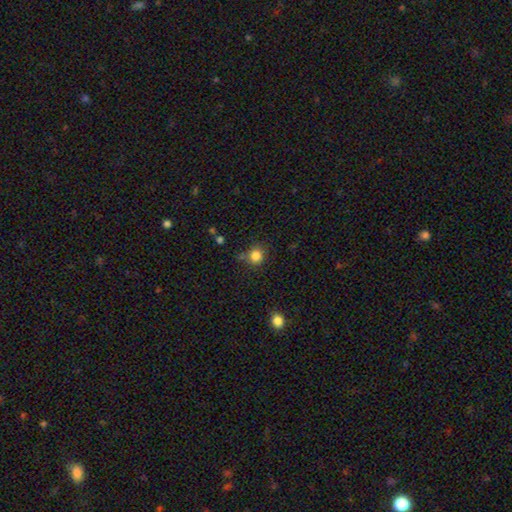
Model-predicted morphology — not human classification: A smooth galaxy with no disk features (83%) that is round (84%).

Vote fractions:
- Smooth or featured? smooth: 83% / star or artifact: 12% / featured or disk: 5%
- How rounded? round: 84% / in between: 15% / cigar-shaped: 1%
- Merging? none: 68% / minor disturbance: 19% / merger: 7% / major disturbance: 6%